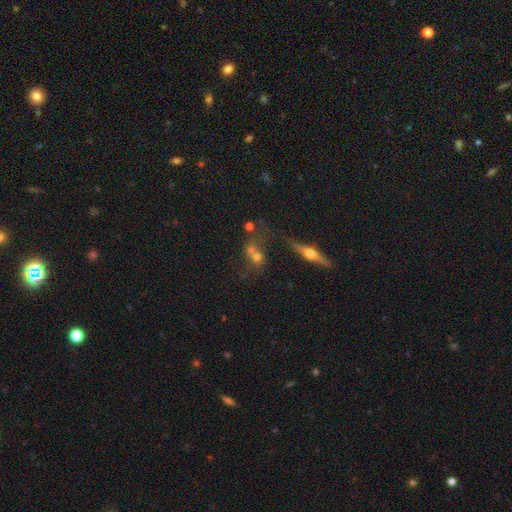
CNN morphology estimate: Smooth or featured?
  - smooth: 52% *
  - featured or disk: 31%
  - star or artifact: 16%
How rounded?
  - round: 63% *
  - in between: 31%
  - cigar-shaped: 6%
Merging?
  - merger: 44% *
  - none: 38%
  - minor disturbance: 10%
  - major disturbance: 7%